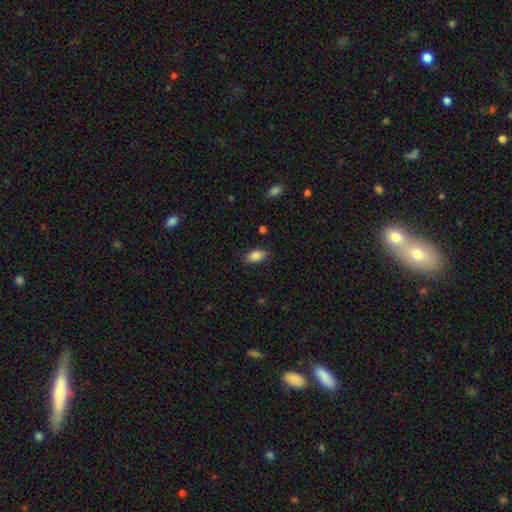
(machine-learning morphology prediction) A smooth galaxy with no disk features (84%) that is in between round and cigar-shaped (91%).

Vote fractions:
- Smooth or featured? smooth: 84% / featured or disk: 8% / star or artifact: 7%
- How rounded? in between: 91% / round: 5% / cigar-shaped: 5%
- Merging? none: 82% / minor disturbance: 14% / major disturbance: 3% / merger: 1%